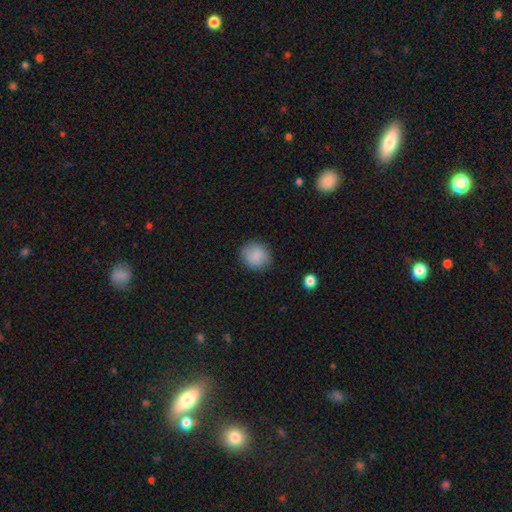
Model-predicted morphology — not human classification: smooth-or-featured: smooth: 87% | star or artifact: 8% | featured or disk: 5%
  how-rounded: round: 80% | in between: 19% | cigar-shaped: 1%
  merging: none: 85% | minor disturbance: 11% | major disturbance: 3% | merger: 1%